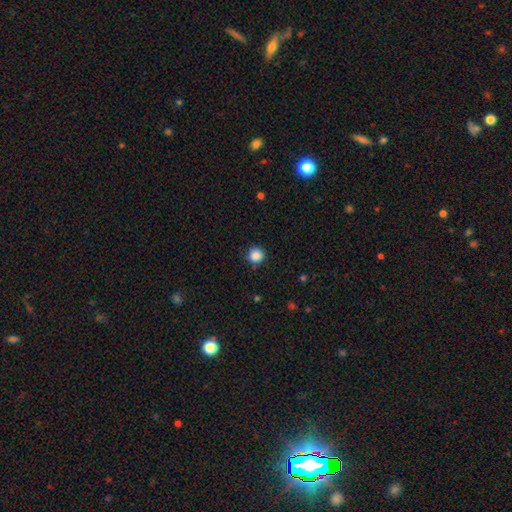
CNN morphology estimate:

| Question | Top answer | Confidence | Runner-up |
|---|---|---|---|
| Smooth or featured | smooth | 86% | star or artifact (10%) |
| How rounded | round | 94% | in between (5%) |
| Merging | none | 88% | minor disturbance (9%) |